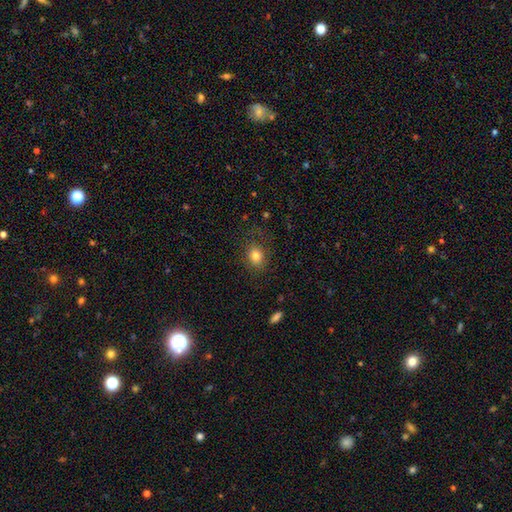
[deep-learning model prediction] This is likely a smooth galaxy (79%). How rounded: possibly in between (54%). Merging: likely none (75%).